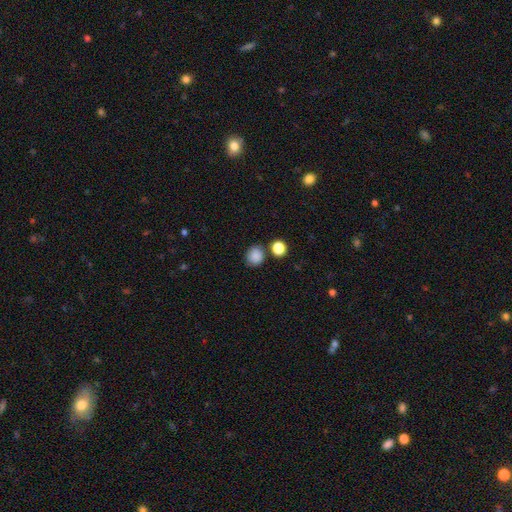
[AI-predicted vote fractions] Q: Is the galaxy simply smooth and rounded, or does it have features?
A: smooth — 86%.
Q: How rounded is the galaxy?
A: round — 80%.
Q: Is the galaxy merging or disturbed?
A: none — 78%.